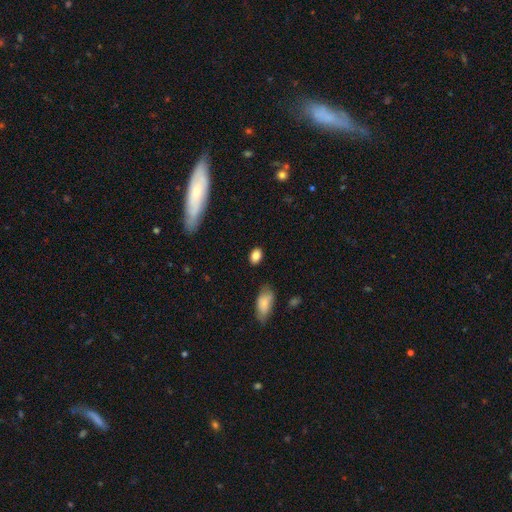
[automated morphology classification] Smooth or featured?
  - smooth: 85% *
  - star or artifact: 9%
  - featured or disk: 6%
How rounded?
  - in between: 76% *
  - round: 22%
  - cigar-shaped: 2%
Merging?
  - none: 82% *
  - minor disturbance: 13%
  - major disturbance: 3%
  - merger: 2%